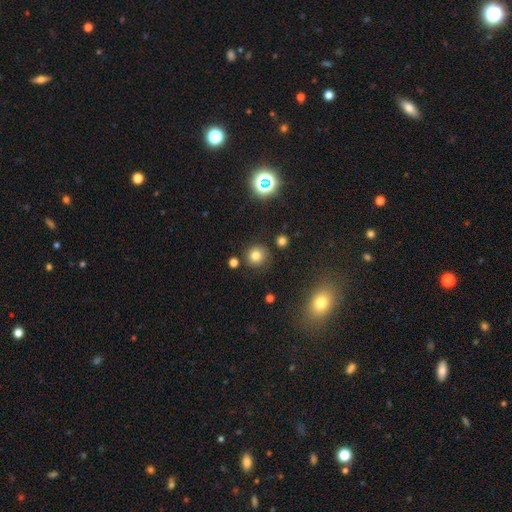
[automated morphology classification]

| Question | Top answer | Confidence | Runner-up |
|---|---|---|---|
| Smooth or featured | smooth | 74% | star or artifact (17%) |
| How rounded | round | 90% | in between (9%) |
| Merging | none | 85% | minor disturbance (9%) |